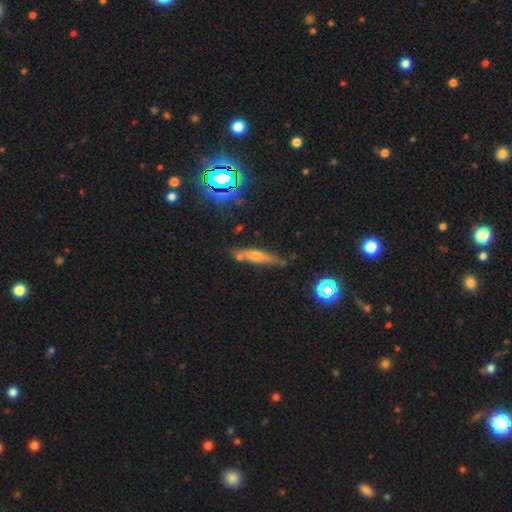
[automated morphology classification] smooth 43% (tied), featured or disk 43% (tied), star or artifact 15%. Down the decision tree: merging — none (67%).